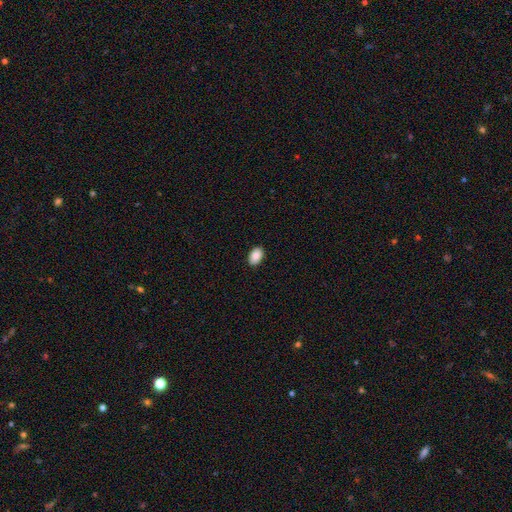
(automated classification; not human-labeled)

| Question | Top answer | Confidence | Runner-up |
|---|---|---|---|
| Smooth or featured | smooth | 89% | star or artifact (7%) |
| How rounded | in between | 89% | round (10%) |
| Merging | none | 89% | minor disturbance (8%) |